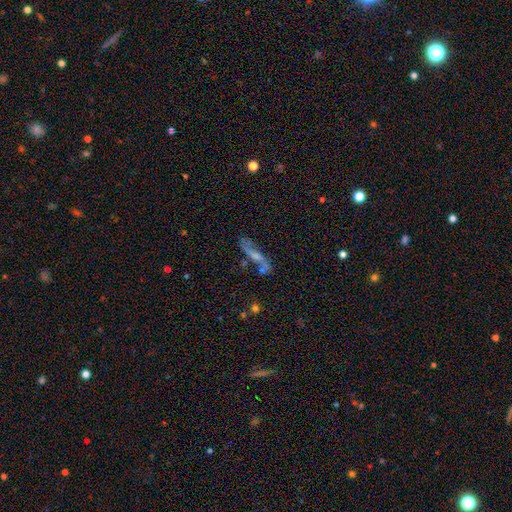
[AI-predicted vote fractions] This is possibly a featured or disk galaxy (59%). It is likely not viewed edge-on (64%). Merging: possibly none (52%).